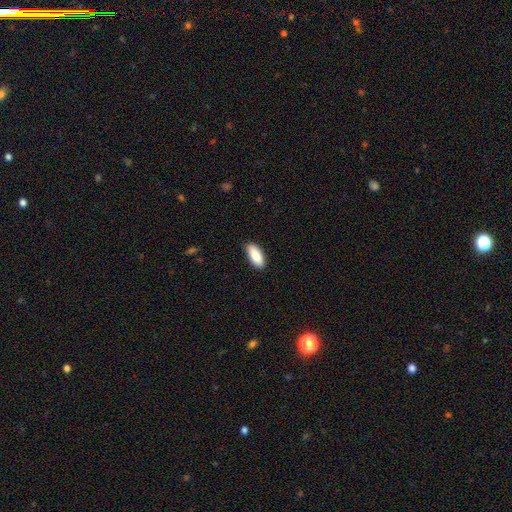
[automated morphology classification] smooth-or-featured: smooth: 88% | star or artifact: 6% | featured or disk: 6%
  how-rounded: in between: 85% | cigar-shaped: 14% | round: 2%
  merging: none: 87% | minor disturbance: 11% | major disturbance: 2% | merger: 1%